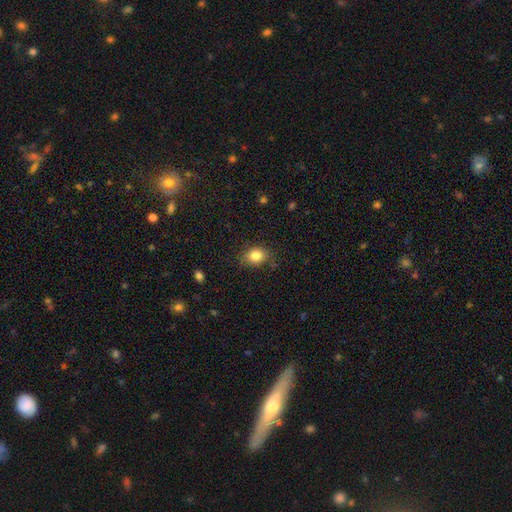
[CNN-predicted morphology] This appears to be a smooth galaxy with no disk features (84%) that is in between round and cigar-shaped (54%). Merging: none (78%).